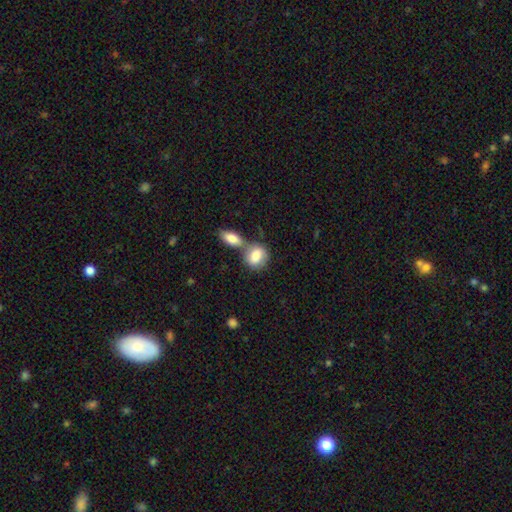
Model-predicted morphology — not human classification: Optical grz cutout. It shows a smooth galaxy with no disk features (79%) that is in between round and cigar-shaped (64%). Merging: merger (46%).